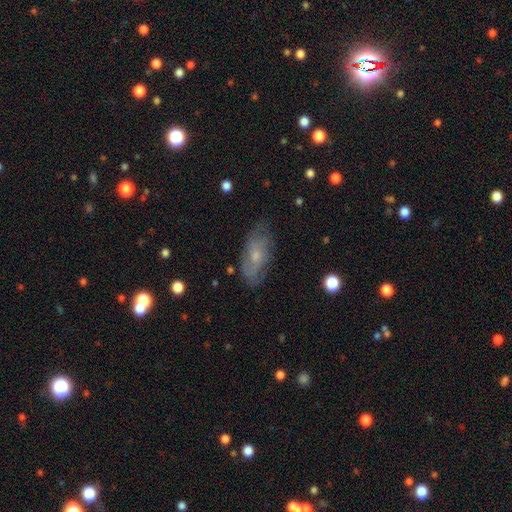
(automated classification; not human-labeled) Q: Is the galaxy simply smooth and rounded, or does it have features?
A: featured or disk — 48%.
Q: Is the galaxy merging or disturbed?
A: none — 72%.